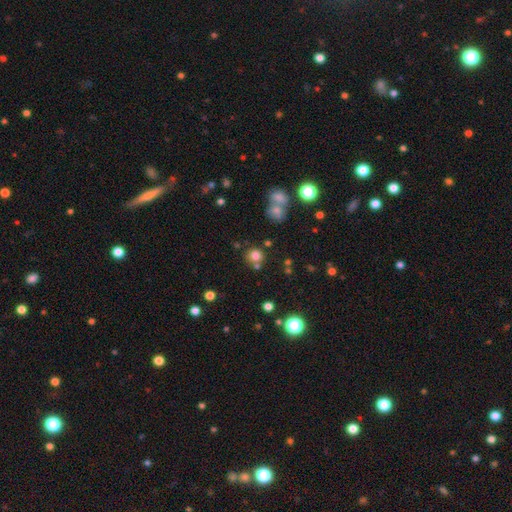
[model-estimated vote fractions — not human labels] Overall: smooth (77%). How rounded: round (89%). Merging: none (70%).